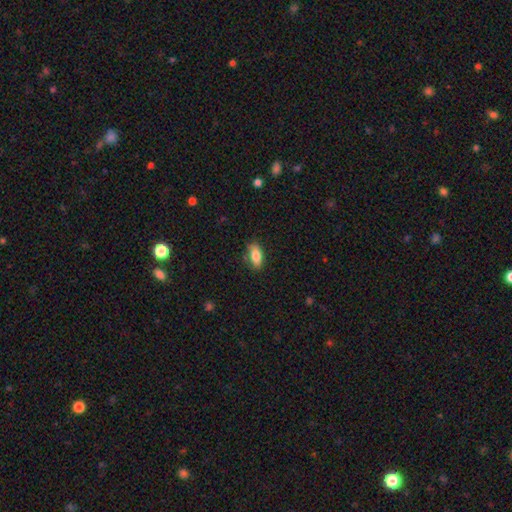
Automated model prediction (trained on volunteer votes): The model was most divided on "merging": none: 78%, minor disturbance: 17%, major disturbance: 3%, merger: 2%. More confident: how rounded — in between (87%); smooth or featured — smooth (83%).